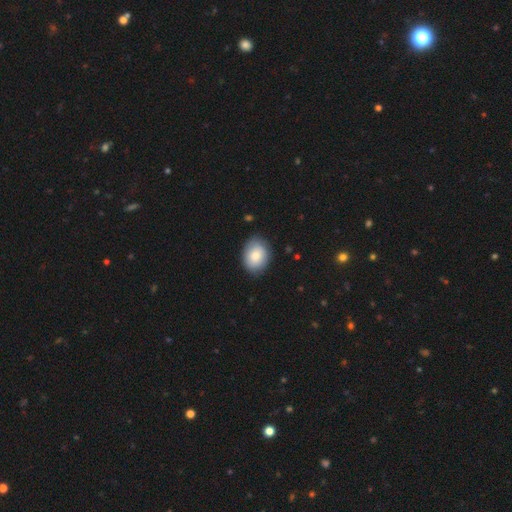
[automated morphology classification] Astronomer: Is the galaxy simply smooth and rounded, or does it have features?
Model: smooth — 81%.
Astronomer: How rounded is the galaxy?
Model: in between — 63%.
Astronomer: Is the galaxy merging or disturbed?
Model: none — 80%.